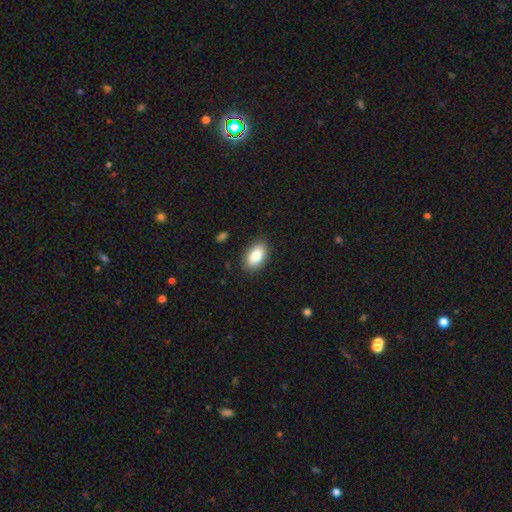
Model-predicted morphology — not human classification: Smooth or featured? smooth (85%)
How rounded? in between (93%)
Merging? none (86%)